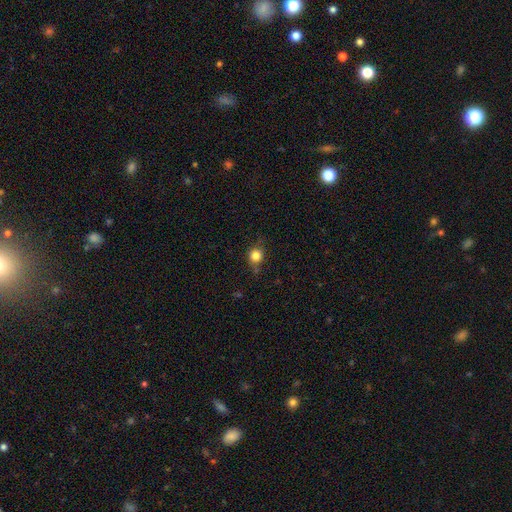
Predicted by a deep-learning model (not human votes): smooth-or-featured: smooth: 81% | star or artifact: 12% | featured or disk: 7%
  how-rounded: round: 85% | in between: 14% | cigar-shaped: 1%
  merging: none: 71% | minor disturbance: 21% | major disturbance: 6% | merger: 2%